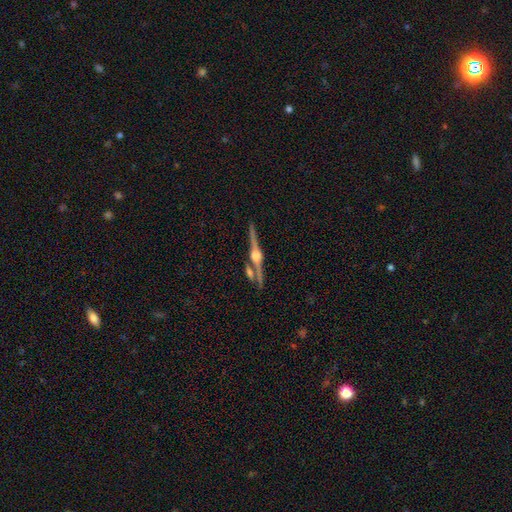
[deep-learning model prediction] A featured or disk galaxy (86%) viewed edge-on (98%) with a rounded central bulge (92%).

Vote fractions:
- Smooth or featured? featured or disk: 86% / star or artifact: 7% / smooth: 7%
- Edge-on disk? yes: 98% / no: 2%
- Edge-on bulge? rounded: 92% / boxy: 6% / none: 2%
- Merging? none: 76% / merger: 12% / minor disturbance: 9% / major disturbance: 3%